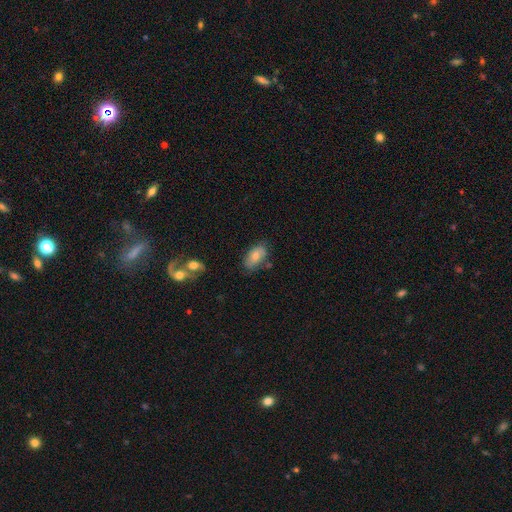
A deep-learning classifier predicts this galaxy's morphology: A smooth galaxy with no disk features (72%) that is in between round and cigar-shaped (92%).

Vote fractions:
- Smooth or featured? smooth: 72% / featured or disk: 20% / star or artifact: 7%
- How rounded? in between: 92% / round: 4% / cigar-shaped: 4%
- Merging? none: 71% / minor disturbance: 20% / merger: 5% / major disturbance: 4%